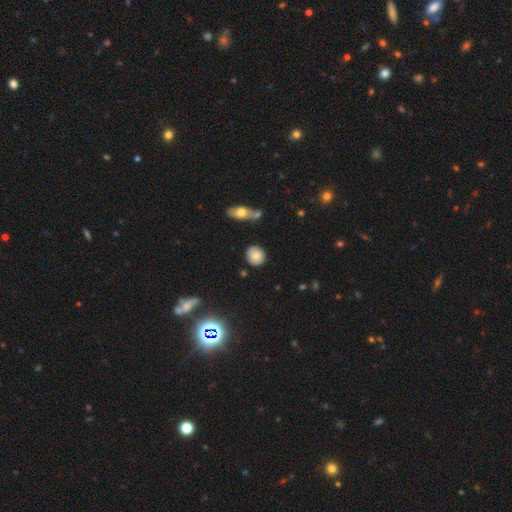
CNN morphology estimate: The model was most divided on "smooth or featured": smooth: 77%, featured or disk: 14%, star or artifact: 9%. More confident: how rounded — round (82%); merging — none (81%).